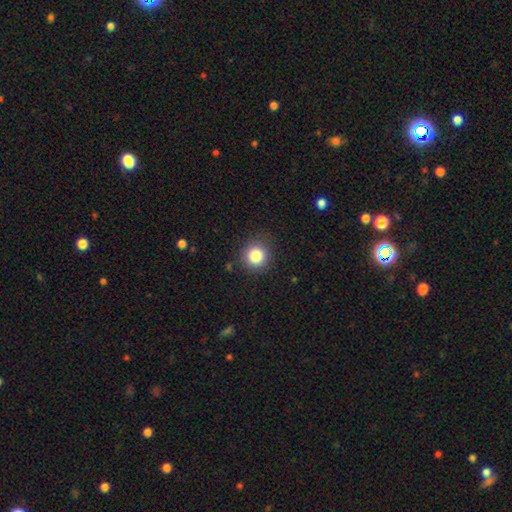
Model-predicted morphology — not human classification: The model was most divided on "smooth or featured": smooth: 83%, star or artifact: 11%, featured or disk: 6%. More confident: how rounded — round (92%); merging — none (87%).